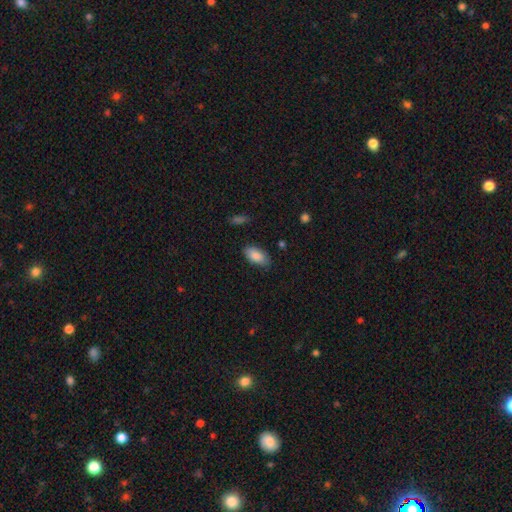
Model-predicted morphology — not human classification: This appears to be a smooth galaxy with no disk features (87%) that is in between round and cigar-shaped (92%). Merging: none (82%).